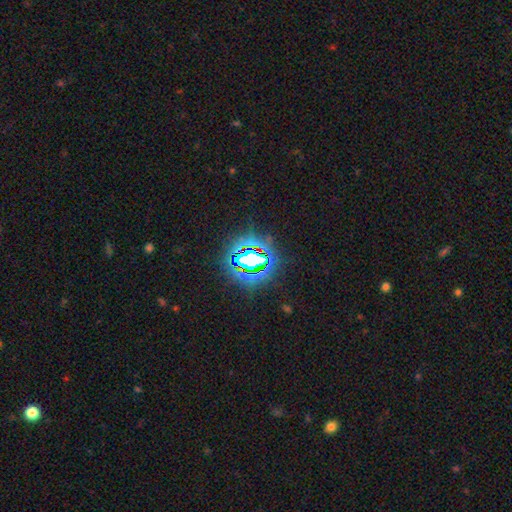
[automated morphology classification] smooth-or-featured: star or artifact: 75% | smooth: 14% | featured or disk: 10%